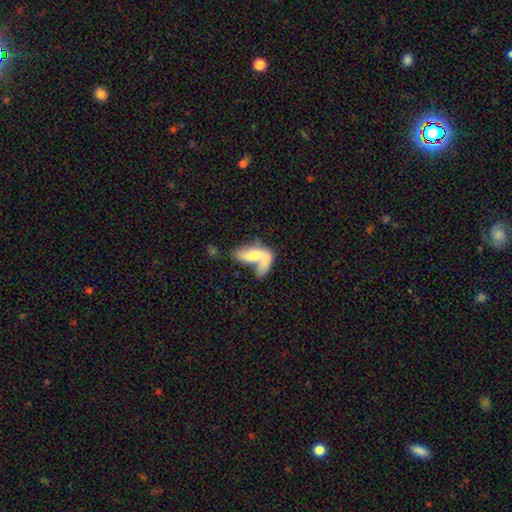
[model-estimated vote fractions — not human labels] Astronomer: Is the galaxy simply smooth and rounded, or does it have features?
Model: smooth — 54% (runner-up: featured or disk, 39%).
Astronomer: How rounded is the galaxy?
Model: in between — 75%.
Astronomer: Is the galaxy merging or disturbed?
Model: merger — 49%.